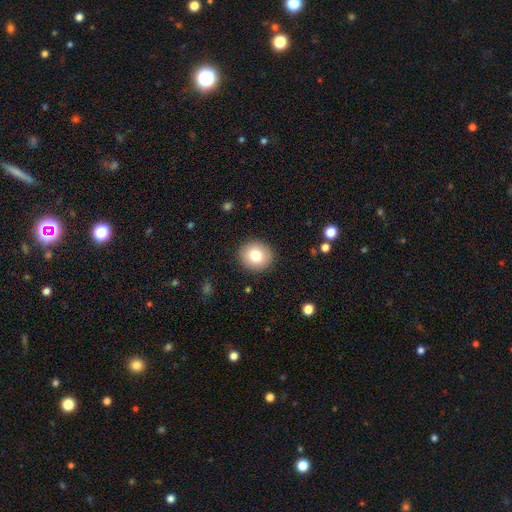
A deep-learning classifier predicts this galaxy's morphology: This appears to be a smooth galaxy with no disk features (80%) that is round (85%). Merging: none (91%).